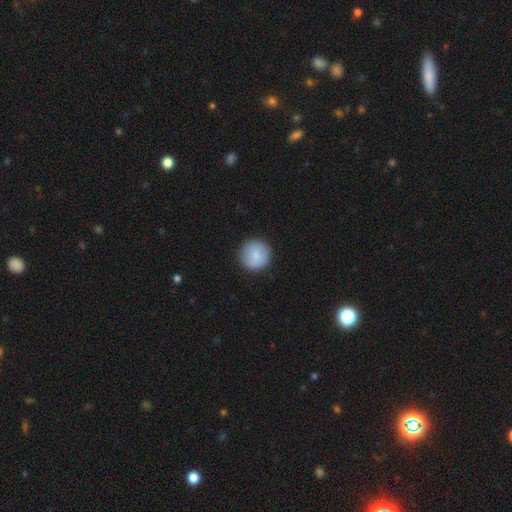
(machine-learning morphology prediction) Smooth or featured: smooth — 85% (featured or disk — 9%)
How rounded: round — 95% (in between — 4%)
Merging: none — 89% (minor disturbance — 8%)